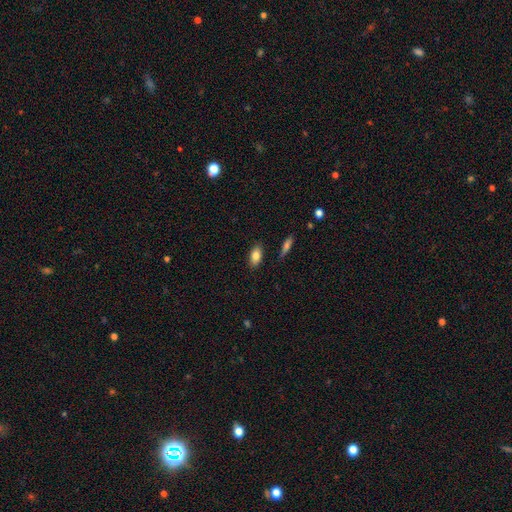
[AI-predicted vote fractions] This appears to be a smooth galaxy with no disk features (83%) that is in between round and cigar-shaped (89%). Merging: none (85%).